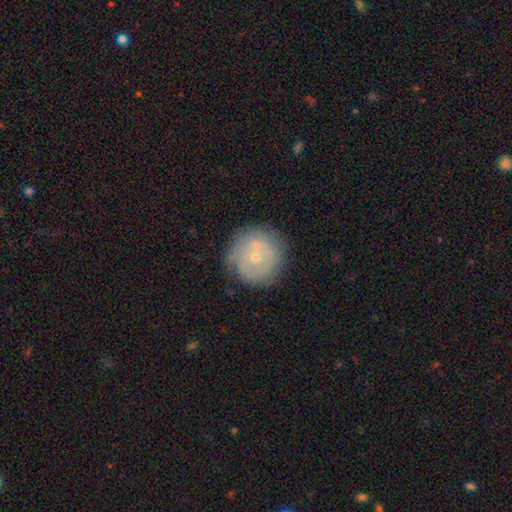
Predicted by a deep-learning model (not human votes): A featured or disk galaxy (55%) with no bar (77%), spiral arms (65%) and a small central bulge (74%).

Vote fractions:
- Smooth or featured? featured or disk: 55% / smooth: 37% / star or artifact: 9%
- Edge-on disk? no: 97% / yes: 3%
- Bar? no: 77% / weak: 19% / strong: 4%
- Spiral arms? yes: 65% / no: 35%
- Bulge size? small: 74% / moderate: 22% / none: 2% / large: 1% / dominant: 1%
- Merging? none: 76% / minor disturbance: 16% / major disturbance: 5% / merger: 2%